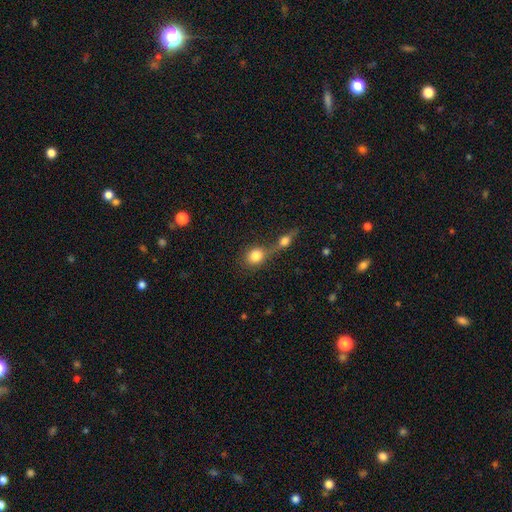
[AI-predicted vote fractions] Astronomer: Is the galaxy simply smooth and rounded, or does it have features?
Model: smooth — 82%.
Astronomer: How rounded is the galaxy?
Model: round — 65%.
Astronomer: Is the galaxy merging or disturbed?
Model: merger — 48% (runner-up: none, 37%).